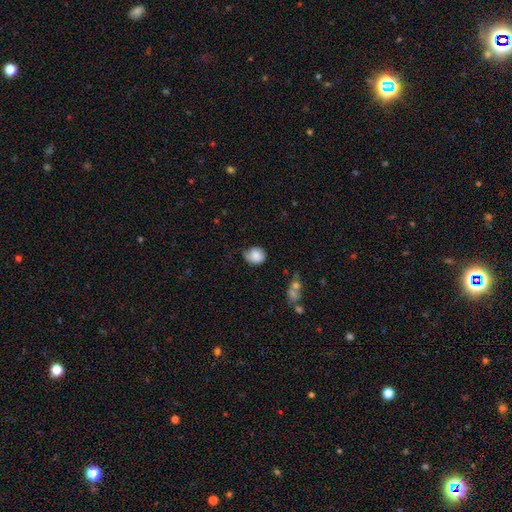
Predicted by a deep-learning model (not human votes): smooth-or-featured: smooth: 82% | featured or disk: 11% | star or artifact: 8%
  how-rounded: round: 72% | in between: 27% | cigar-shaped: 1%
  merging: none: 49% | minor disturbance: 37% | major disturbance: 12% | merger: 2%